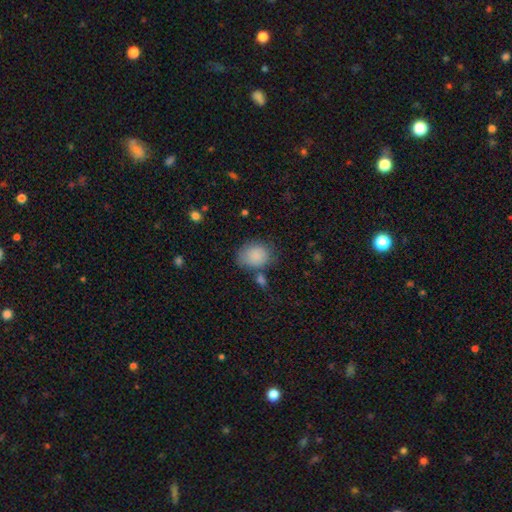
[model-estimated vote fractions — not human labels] smooth 86%, star or artifact 8%, featured or disk 7%. Down the decision tree: how rounded — in between (50%); merging — none (59%).